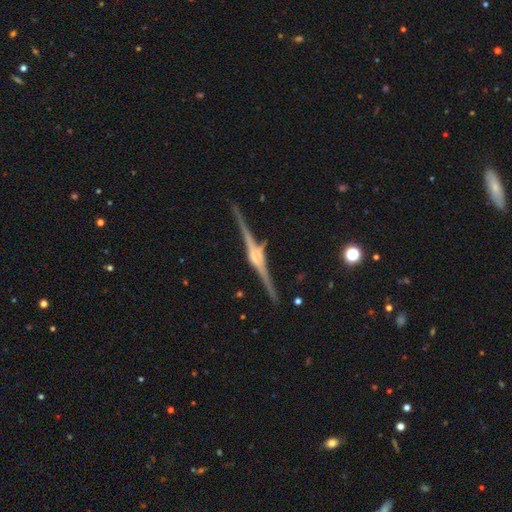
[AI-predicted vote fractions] Smooth or featured? featured or disk (89%)
Edge-on disk? yes (98%)
Edge-on bulge? rounded (70%)
Merging? none (86%)